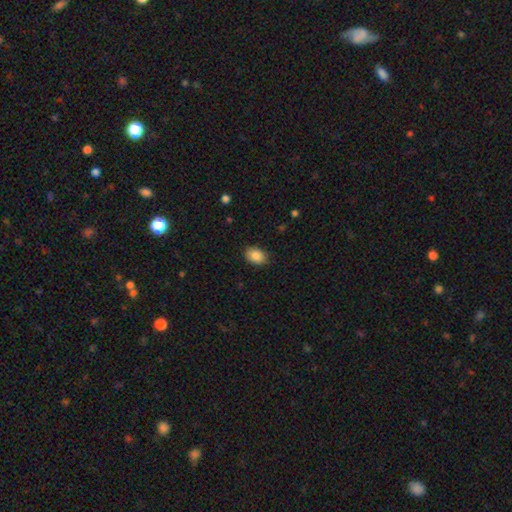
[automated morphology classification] Smooth or featured? Predicted: smooth (p=0.87). How rounded? Predicted: in between (p=0.80). Merging? Predicted: none (p=0.86).